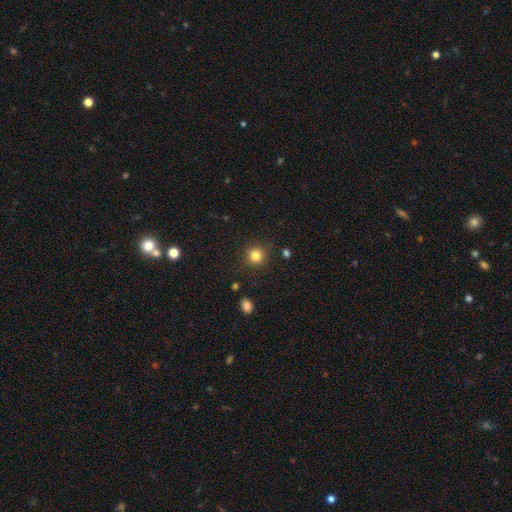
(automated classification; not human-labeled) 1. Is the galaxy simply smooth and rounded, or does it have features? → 83% smooth, 12% star or artifact, 5% featured or disk.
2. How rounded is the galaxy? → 93% round, 6% in between, 1% cigar-shaped.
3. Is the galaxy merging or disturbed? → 87% none, 8% minor disturbance, 3% major disturbance, 2% merger.